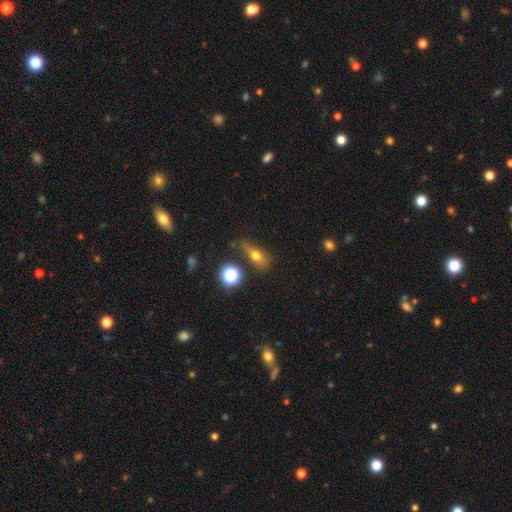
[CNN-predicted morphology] A smooth galaxy with no disk features (61%) that is in between round and cigar-shaped (54%). Merging: none (54%).